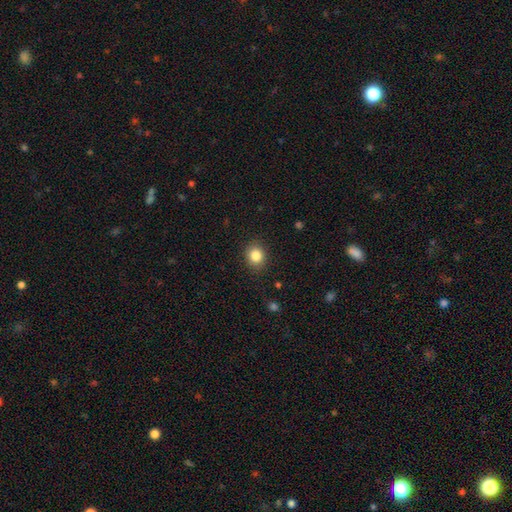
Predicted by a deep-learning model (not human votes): Q: Smooth or featured?
A: smooth (84%); runner-up: star or artifact (10%)
Q: How rounded?
A: round (75%); runner-up: in between (25%)
Q: Merging?
A: none (88%); runner-up: minor disturbance (8%)